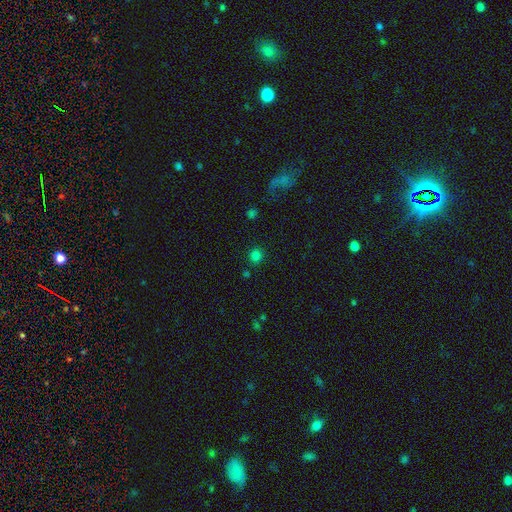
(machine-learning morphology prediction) smooth-or-featured: smooth: 77% | star or artifact: 18% | featured or disk: 4%
  how-rounded: round: 90% | in between: 9% | cigar-shaped: 1%
  merging: none: 85% | minor disturbance: 8% | merger: 4% | major disturbance: 3%